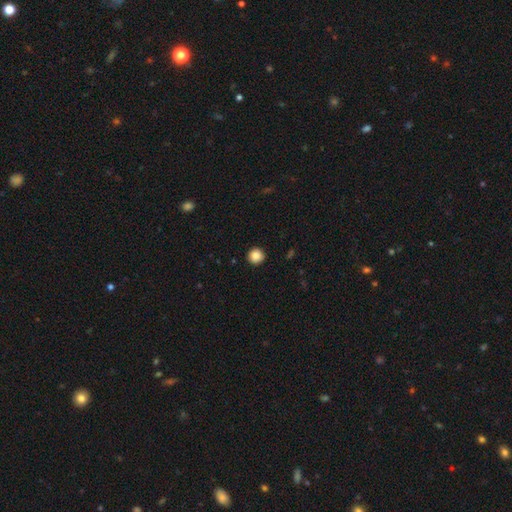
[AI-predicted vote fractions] The model was most divided on "smooth or featured": smooth: 88%, star or artifact: 9%, featured or disk: 3%. More confident: how rounded — round (95%); merging — none (92%).